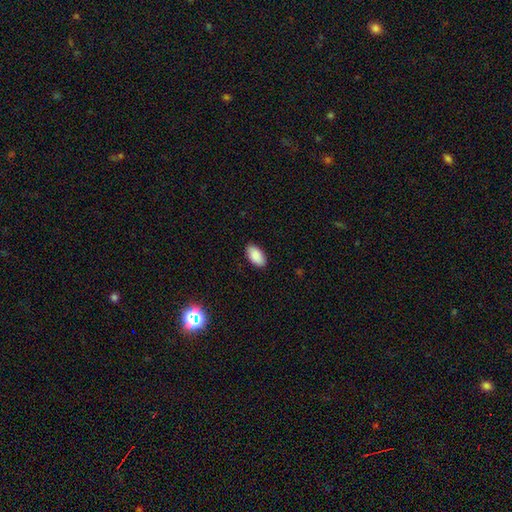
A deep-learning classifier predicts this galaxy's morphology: Overall: smooth (89%). How rounded: in between (95%). Merging: none (88%).